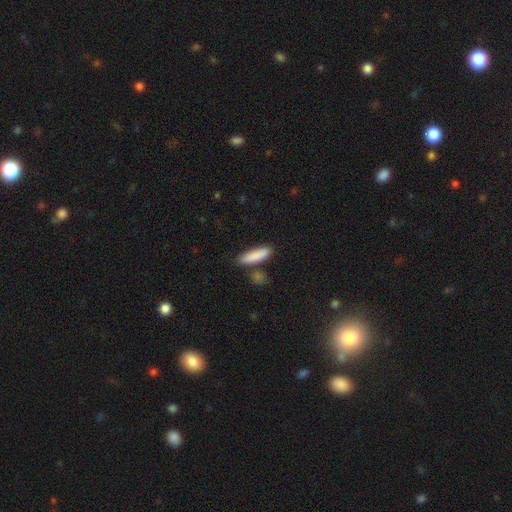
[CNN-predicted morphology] Smooth or featured?
  - smooth: 87% *
  - featured or disk: 8%
  - star or artifact: 6%
How rounded?
  - cigar-shaped: 72% *
  - in between: 26%
  - round: 2%
Merging?
  - none: 80% *
  - minor disturbance: 11%
  - merger: 7%
  - major disturbance: 3%